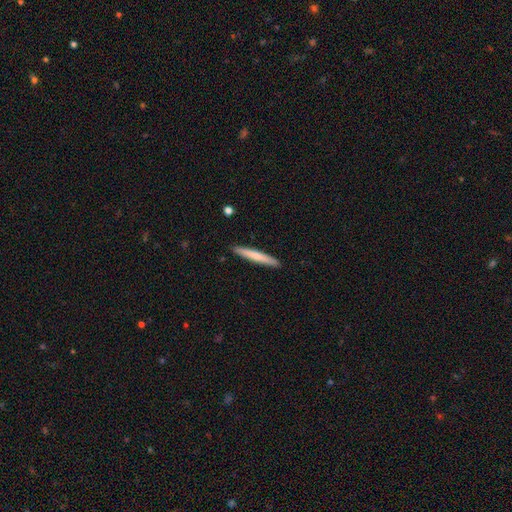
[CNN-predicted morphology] A smooth galaxy with no disk features (68%) that is cigar-shaped (96%). Merging: none (91%).